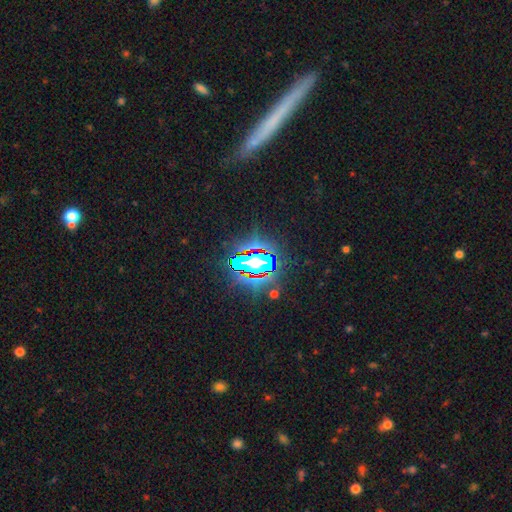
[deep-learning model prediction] This appears to be a star or artifact, not a galaxy (68%).